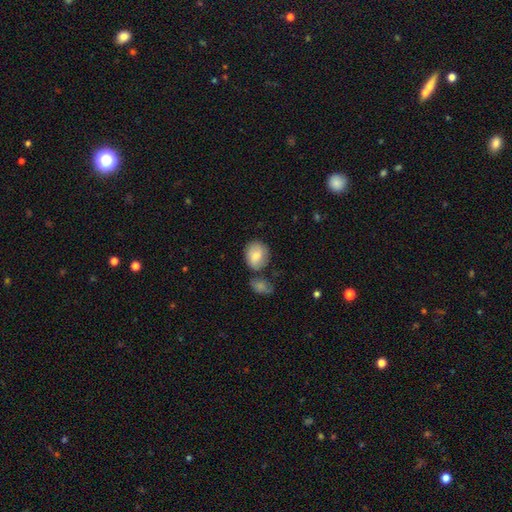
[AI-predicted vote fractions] Smooth or featured: smooth — 77% (featured or disk — 16%)
How rounded: round — 61% (in between — 38%)
Merging: none — 62% (minor disturbance — 18%)